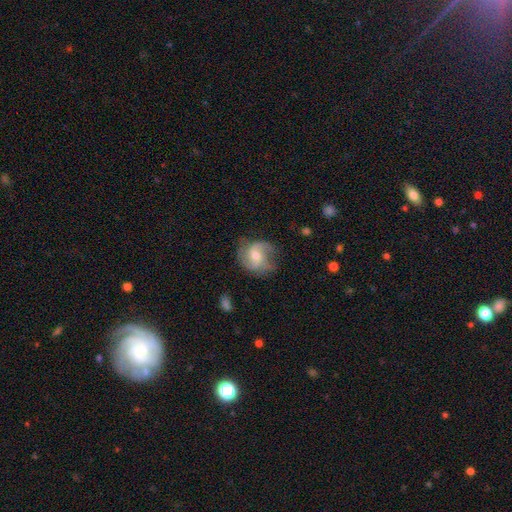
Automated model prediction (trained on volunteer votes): This appears to be a featured or disk galaxy (66%) with no bar (59%), 2 (59%) medium (46%) spiral arms (90%) and a moderate central bulge (51%). Merging: none (59%).